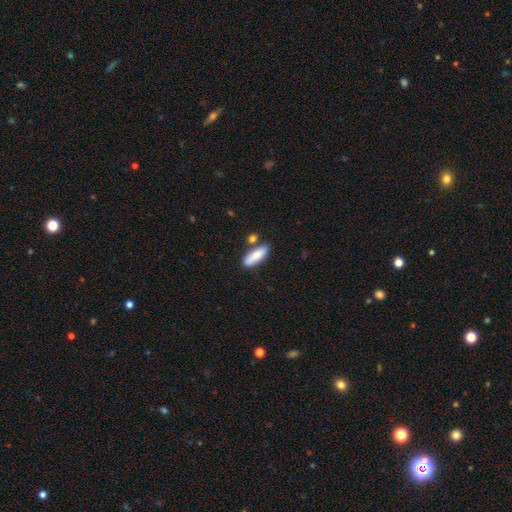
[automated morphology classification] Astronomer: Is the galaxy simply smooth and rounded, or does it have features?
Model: smooth — 81%.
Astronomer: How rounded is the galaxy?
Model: in between — 53% (runner-up: cigar-shaped, 44%).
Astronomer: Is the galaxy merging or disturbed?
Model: none — 72%.